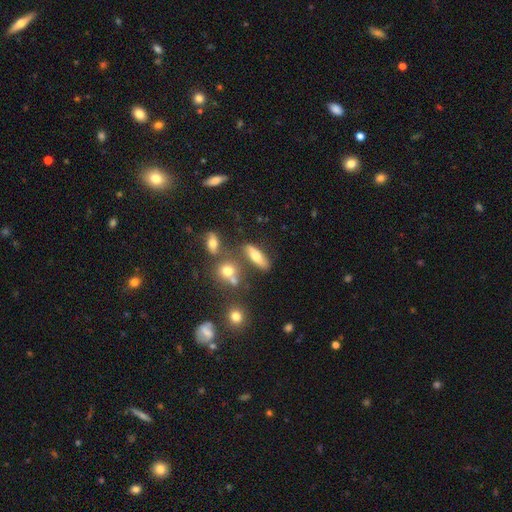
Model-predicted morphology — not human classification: type=smooth (61%); roundness=in between (47%, tied with cigar-shaped); merging=none (68%).